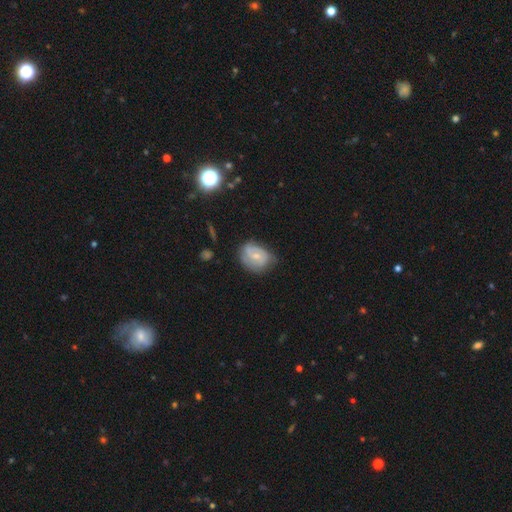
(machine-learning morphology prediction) Smooth or featured? Predicted: featured or disk (p=0.52). Edge-on disk? Predicted: no (p=0.96). Bar? Predicted: no (p=0.50). Spiral arms? Predicted: yes (p=0.72). Bulge size? Predicted: small (p=0.55). Merging? Predicted: none (p=0.57).